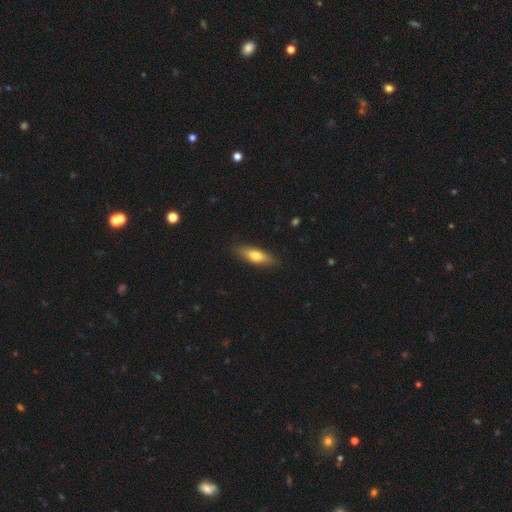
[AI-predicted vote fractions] This is likely a smooth galaxy (68%). How rounded: possibly in between (49%, tied with cigar-shaped). Merging: clearly none (86%).